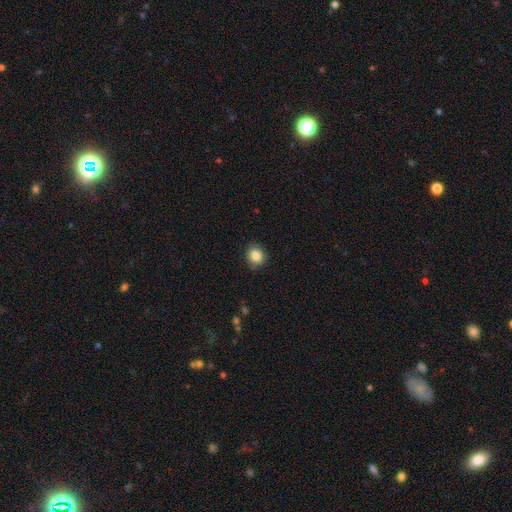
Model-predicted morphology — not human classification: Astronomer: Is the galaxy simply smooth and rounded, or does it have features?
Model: smooth — 85%.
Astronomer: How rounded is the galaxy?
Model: round — 83%.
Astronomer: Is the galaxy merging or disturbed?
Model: none — 87%.